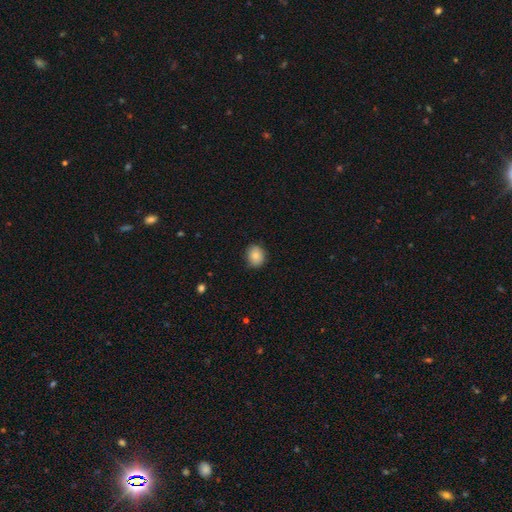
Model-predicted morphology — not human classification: Smooth or featured? smooth (86%)
How rounded? round (66%)
Merging? none (85%)